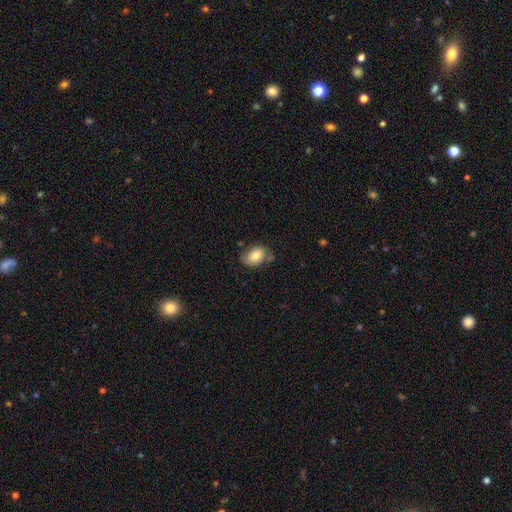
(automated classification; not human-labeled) Smooth or featured? Predicted: smooth (p=0.73). How rounded? Predicted: in between (p=0.81). Merging? Predicted: none (p=0.64).